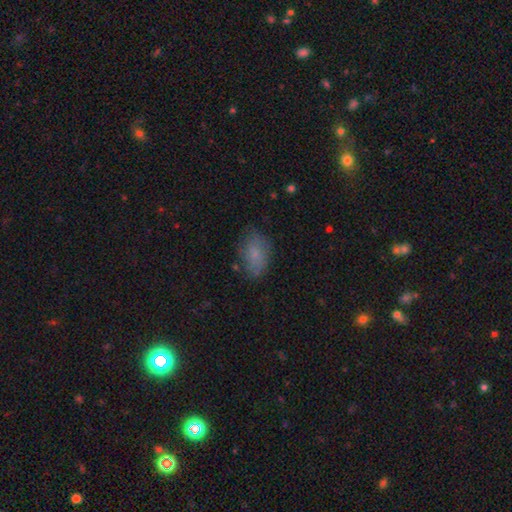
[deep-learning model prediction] Smooth or featured? Predicted: smooth (p=0.77). How rounded? Predicted: in between (p=0.89). Merging? Predicted: none (p=0.68).